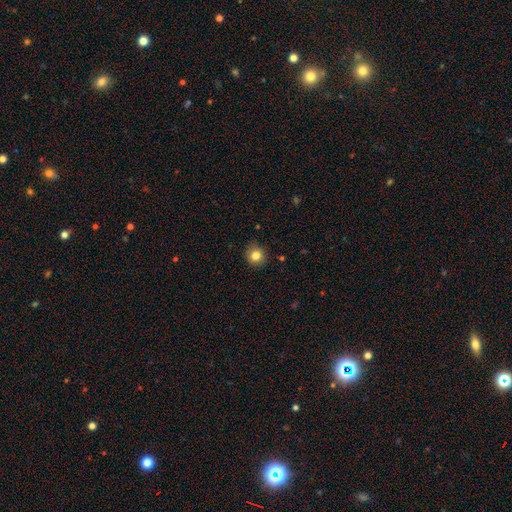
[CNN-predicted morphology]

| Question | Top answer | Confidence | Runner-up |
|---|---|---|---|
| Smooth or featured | smooth | 82% | star or artifact (11%) |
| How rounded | round | 88% | in between (11%) |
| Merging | none | 86% | minor disturbance (11%) |